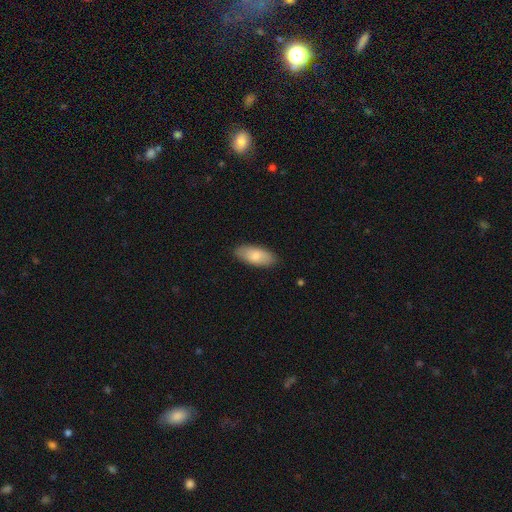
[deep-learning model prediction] Overall: smooth (82%). How rounded: in between (87%). Merging: none (86%).